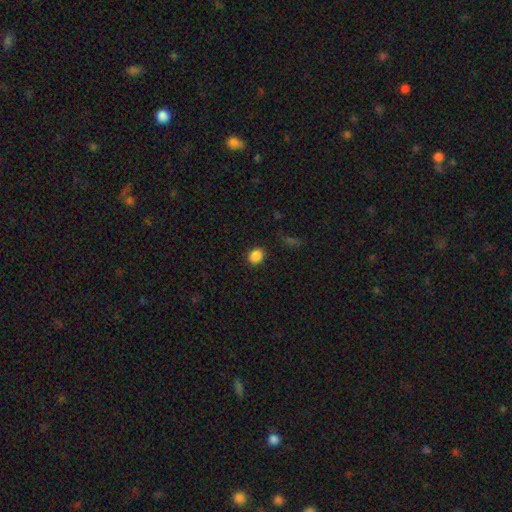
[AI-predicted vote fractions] Smooth or featured? Predicted: smooth (p=0.87). How rounded? Predicted: round (p=0.58). Merging? Predicted: none (p=0.88).